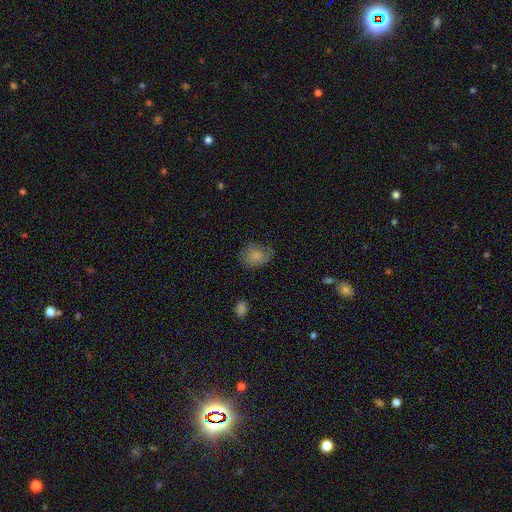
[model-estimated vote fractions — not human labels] This appears to be a smooth galaxy with no disk features (71%) that is in between round and cigar-shaped (63%). Merging: none (57%).